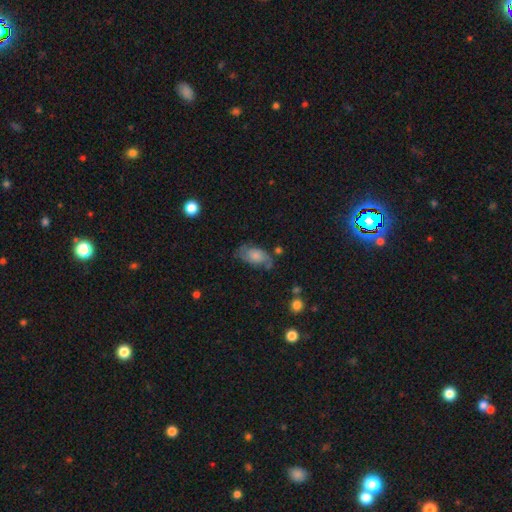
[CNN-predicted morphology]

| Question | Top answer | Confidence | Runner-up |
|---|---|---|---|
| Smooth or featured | smooth | 48% | featured or disk (43%) |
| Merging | none | 58% | minor disturbance (27%) |